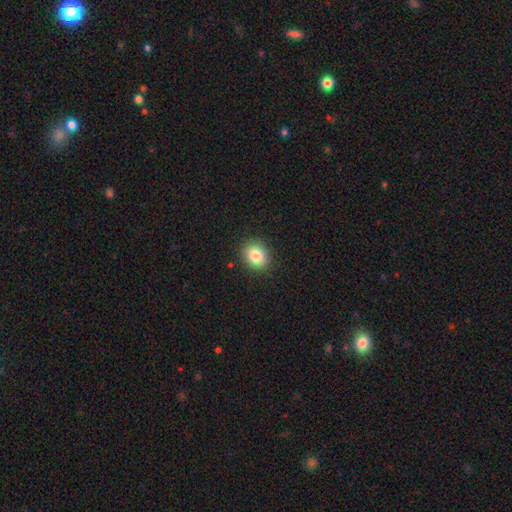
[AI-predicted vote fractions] Smooth or featured: smooth — 84% (star or artifact — 9%)
How rounded: round — 59% (in between — 40%)
Merging: none — 89% (minor disturbance — 8%)